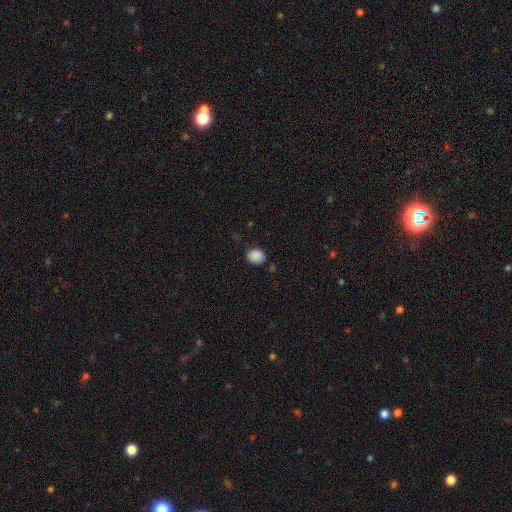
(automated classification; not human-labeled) A smooth galaxy with no disk features (88%) that is round (57%).

Vote fractions:
- Smooth or featured? smooth: 88% / star or artifact: 9% / featured or disk: 3%
- How rounded? round: 57% / in between: 42% / cigar-shaped: 1%
- Merging? none: 82% / minor disturbance: 13% / major disturbance: 3% / merger: 2%